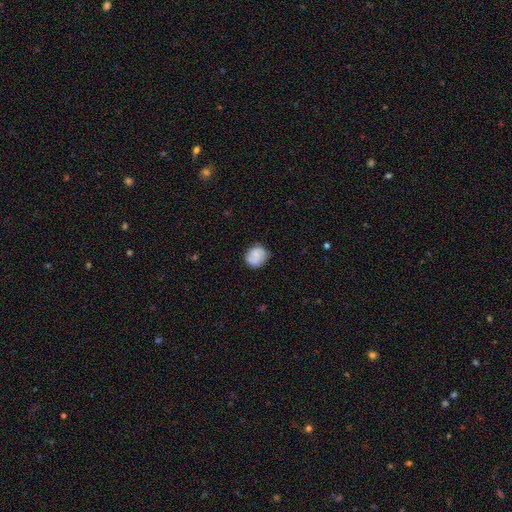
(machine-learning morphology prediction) A smooth galaxy with no disk features (69%) that is round (72%).

Vote fractions:
- Smooth or featured? smooth: 69% / featured or disk: 23% / star or artifact: 8%
- How rounded? round: 72% / in between: 27% / cigar-shaped: 1%
- Merging? none: 78% / minor disturbance: 17% / major disturbance: 4% / merger: 1%